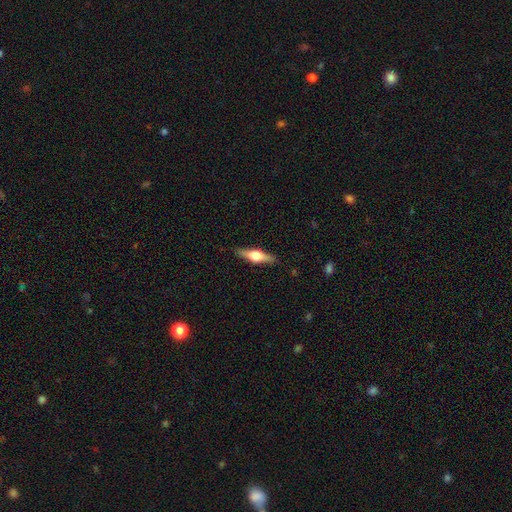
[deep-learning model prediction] smooth-or-featured: featured or disk: 64% | smooth: 30% | star or artifact: 6%
  disk-edge-on: yes: 96% | no: 4%
    edge-on-bulge: rounded: 93% | boxy: 6% | none: 2%
  merging: none: 88% | minor disturbance: 9% | major disturbance: 2% | merger: 1%